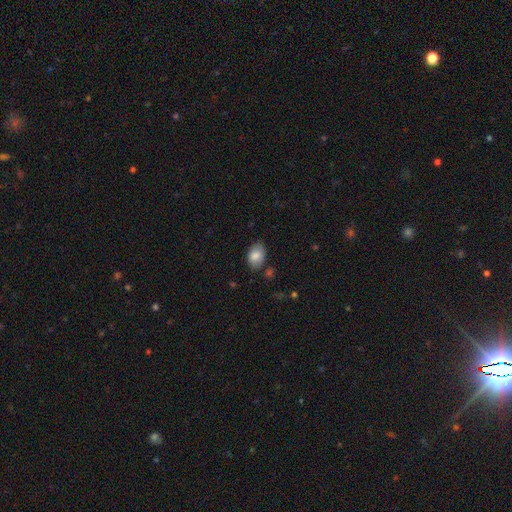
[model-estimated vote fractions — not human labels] Morphology: type=smooth (82%); roundness=in between (88%); merging=none (78%).